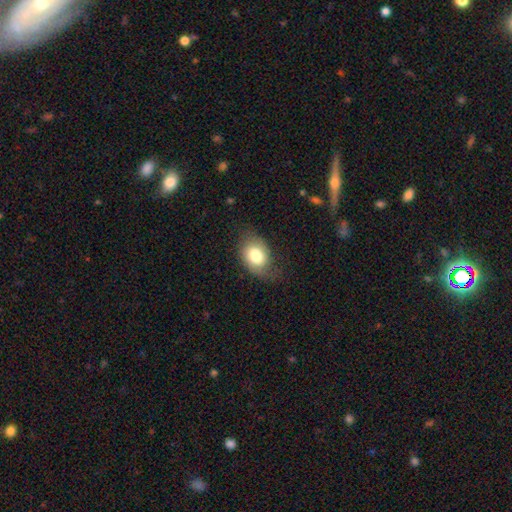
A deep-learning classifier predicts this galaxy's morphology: smooth_or_featured: smooth (p=0.73) [alt: featured or disk p=0.19]
how_rounded: in between (p=0.77) [alt: round p=0.21]
merging: none (p=0.62) [alt: minor disturbance p=0.26]